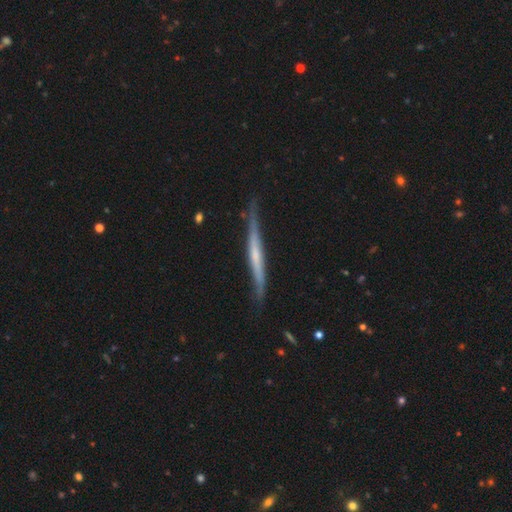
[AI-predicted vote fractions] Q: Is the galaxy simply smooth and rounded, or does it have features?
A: featured or disk — 64%.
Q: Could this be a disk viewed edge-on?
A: yes — 95%.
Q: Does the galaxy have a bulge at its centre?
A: none — 61%.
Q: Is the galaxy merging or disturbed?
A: none — 77%.